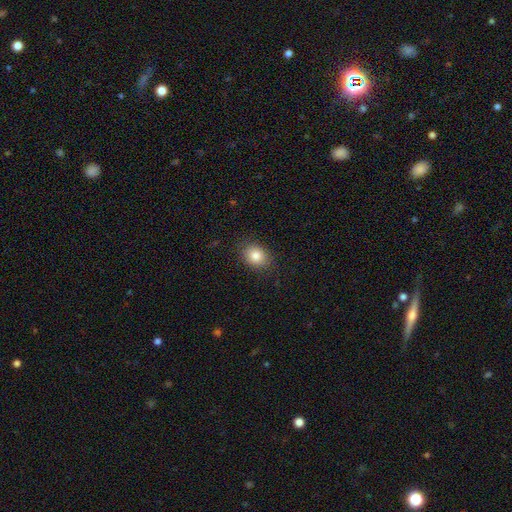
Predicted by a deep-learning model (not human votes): smooth 83%, star or artifact 9%, featured or disk 8%. Down the decision tree: how rounded — in between (54%); merging — none (85%).